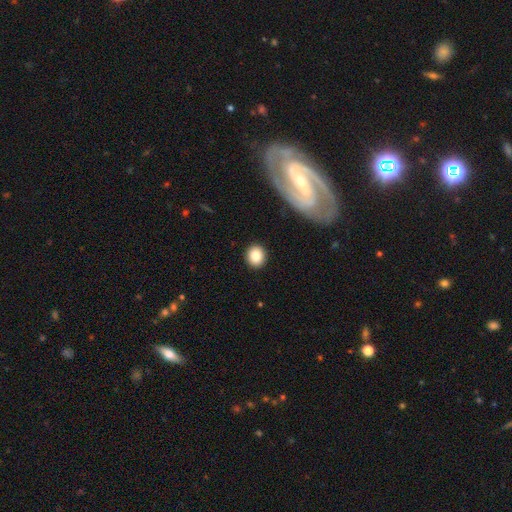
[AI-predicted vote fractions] smooth-or-featured: smooth: 83% | star or artifact: 9% | featured or disk: 8%
  how-rounded: round: 81% | in between: 18% | cigar-shaped: 1%
  merging: none: 91% | minor disturbance: 6% | major disturbance: 2% | merger: 1%